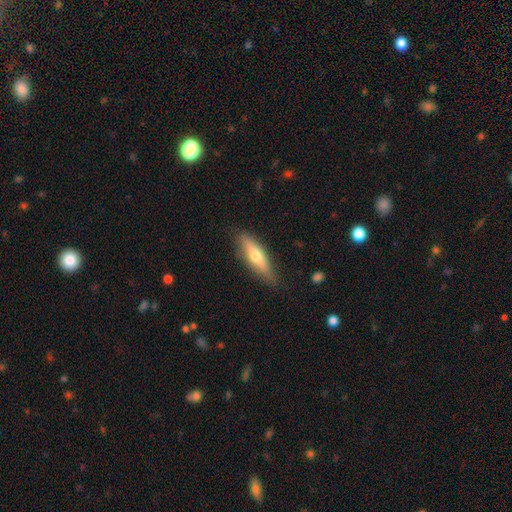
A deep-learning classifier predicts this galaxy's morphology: Q: Smooth or featured?
A: smooth (52%); runner-up: featured or disk (42%)
Q: How rounded?
A: cigar-shaped (69%); runner-up: in between (29%)
Q: Merging?
A: none (83%); runner-up: minor disturbance (13%)